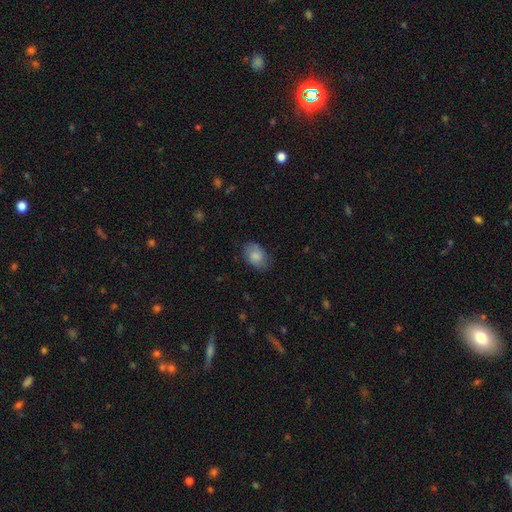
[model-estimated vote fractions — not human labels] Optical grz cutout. It shows a smooth galaxy with no disk features (79%) that is in between round and cigar-shaped (85%). Merging: none (75%).